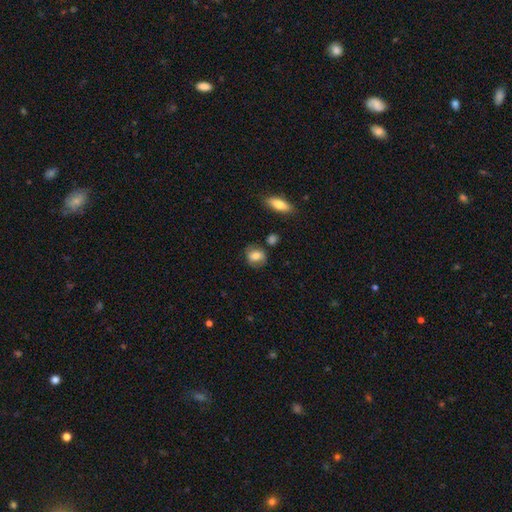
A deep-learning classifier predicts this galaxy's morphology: A smooth galaxy with no disk features (66%) that is round (50%). Merging: none (71%).